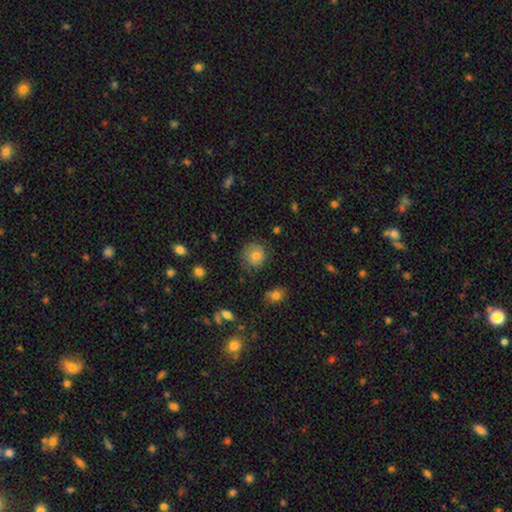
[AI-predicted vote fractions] This is likely a smooth galaxy (74%). How rounded: clearly round (88%). Merging: likely none (73%).